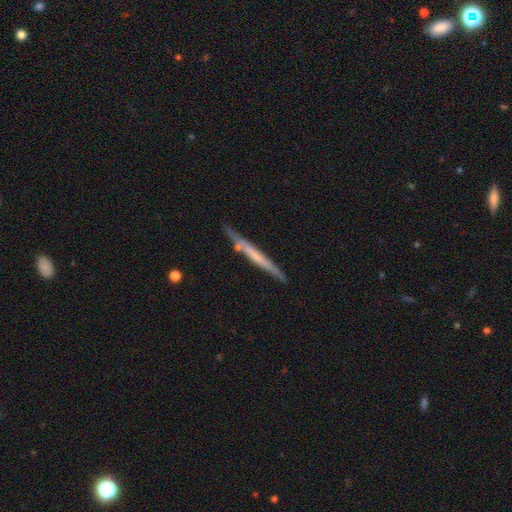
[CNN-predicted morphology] featured or disk 56%, smooth 39%, star or artifact 6%. Down the decision tree: edge-on disk — yes (94%); edge-on bulge — none (75%); merging — none (78%).